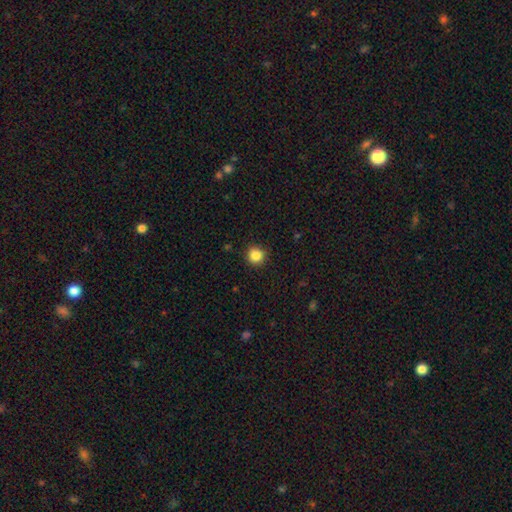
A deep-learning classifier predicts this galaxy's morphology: This is clearly a smooth galaxy (85%). How rounded: clearly round (91%). Merging: clearly none (89%).